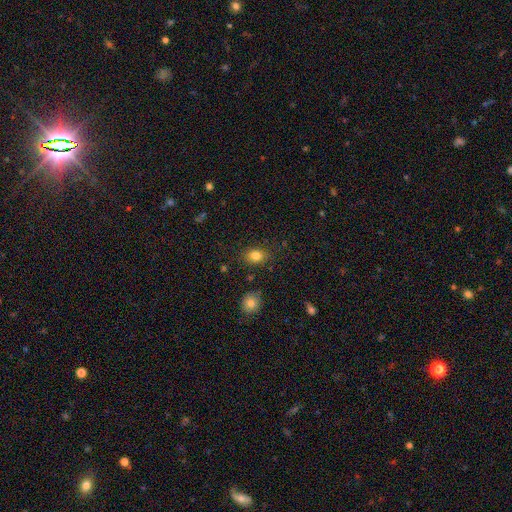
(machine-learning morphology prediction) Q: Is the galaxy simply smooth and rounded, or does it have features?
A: smooth — 83%.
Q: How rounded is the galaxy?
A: in between — 66%.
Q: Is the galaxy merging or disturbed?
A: none — 84%.